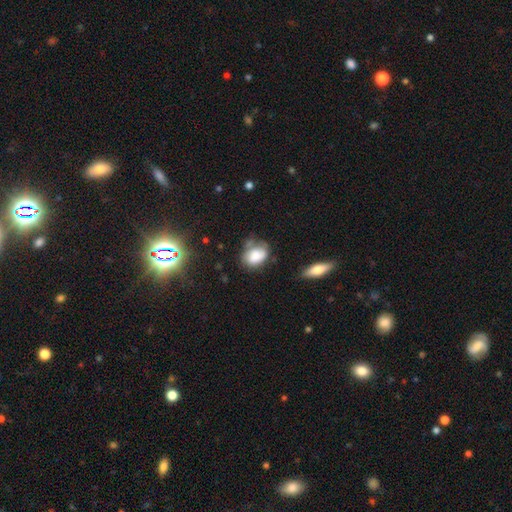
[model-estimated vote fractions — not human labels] Smooth or featured? Predicted: smooth (p=0.79). How rounded? Predicted: in between (p=0.75). Merging? Predicted: none (p=0.45).